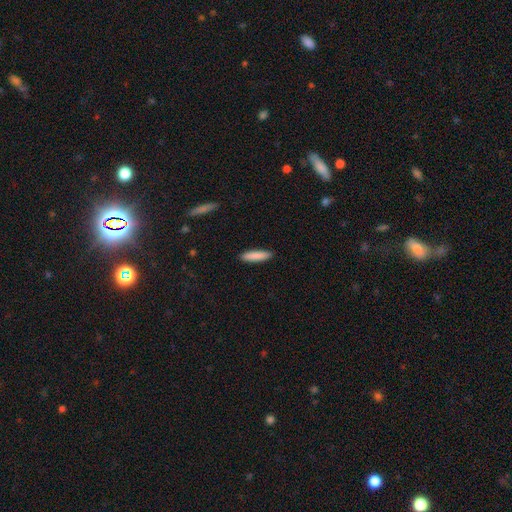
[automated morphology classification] Q: Smooth or featured?
A: smooth (87%); runner-up: featured or disk (7%)
Q: How rounded?
A: cigar-shaped (79%); runner-up: in between (20%)
Q: Merging?
A: none (91%); runner-up: minor disturbance (6%)